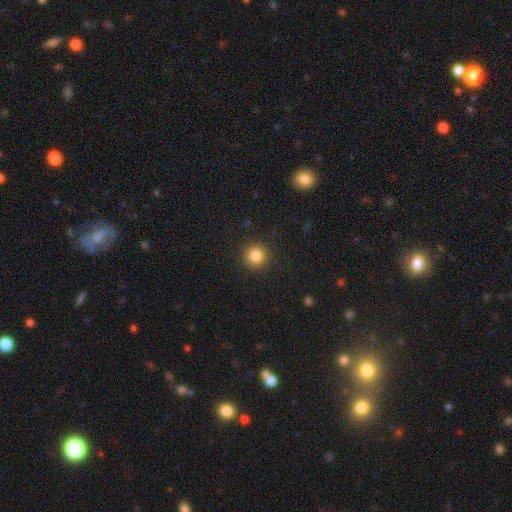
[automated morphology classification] The model was most divided on "smooth or featured": smooth: 84%, star or artifact: 11%, featured or disk: 5%. More confident: how rounded — round (95%); merging — none (92%).